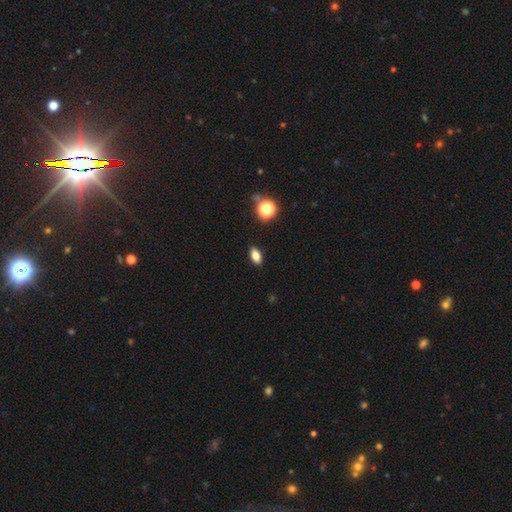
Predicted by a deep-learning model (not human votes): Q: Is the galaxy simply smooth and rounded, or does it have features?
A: smooth — 79%.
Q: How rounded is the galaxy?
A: in between — 85%.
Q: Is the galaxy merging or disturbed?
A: none — 89%.